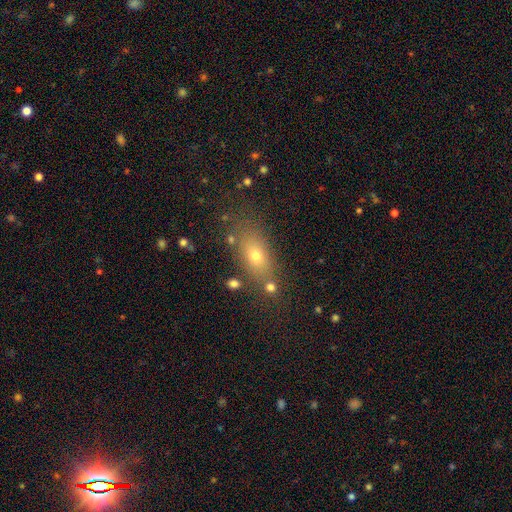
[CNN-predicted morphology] Overall: smooth (68%). How rounded: in between (73%). Merging: none (72%).